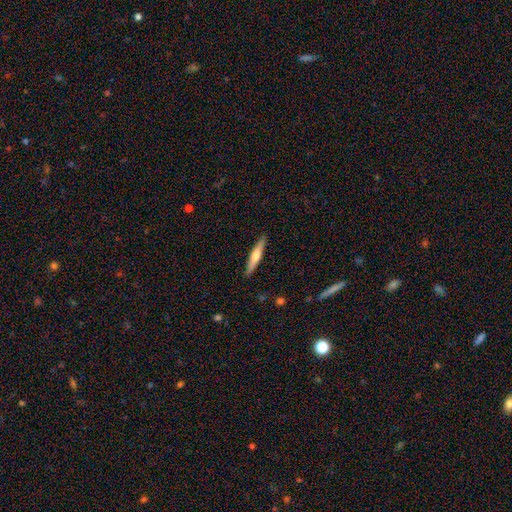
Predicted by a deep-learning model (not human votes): Overall: smooth (52%; featured or disk 43%). How rounded: cigar-shaped (90%). Merging: none (90%).